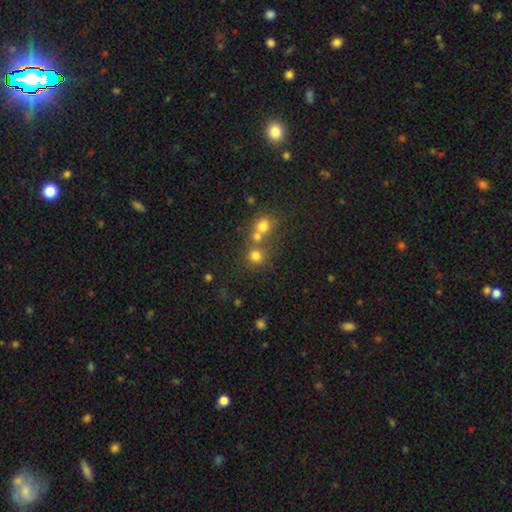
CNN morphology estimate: type=smooth (74%); roundness=round (87%); merging=none (54%).